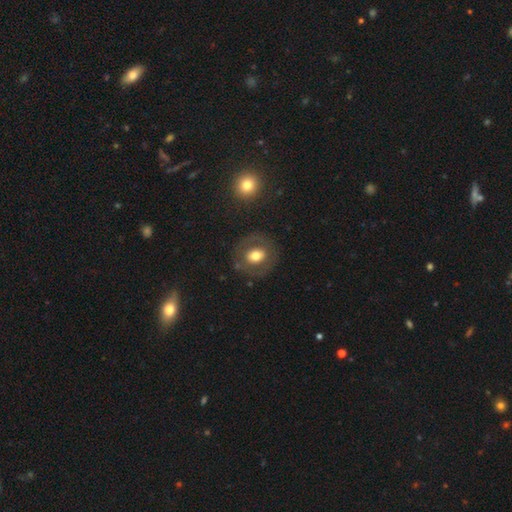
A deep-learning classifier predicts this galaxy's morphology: type=smooth (57%); roundness=round (66%); merging=none (80%).